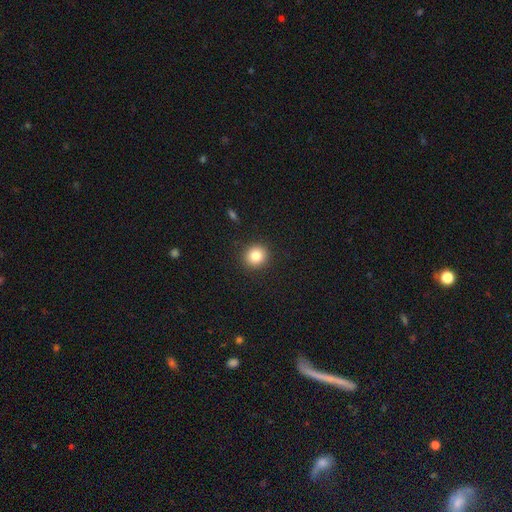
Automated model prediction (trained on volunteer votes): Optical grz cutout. It shows a smooth galaxy with no disk features (83%) that is round (88%). Merging: none (91%).